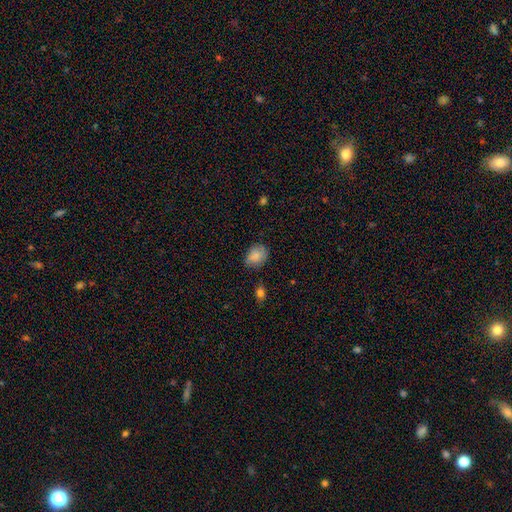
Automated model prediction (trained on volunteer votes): Q: Smooth or featured?
A: smooth (83%); runner-up: featured or disk (9%)
Q: How rounded?
A: in between (60%); runner-up: round (39%)
Q: Merging?
A: none (69%); runner-up: minor disturbance (24%)